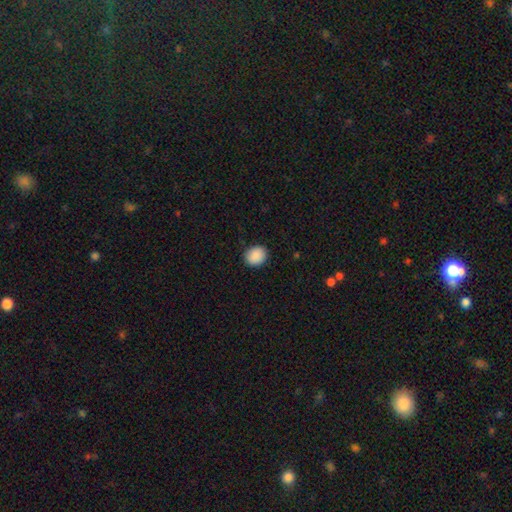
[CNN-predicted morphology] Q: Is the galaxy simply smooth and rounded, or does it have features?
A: smooth — 90%.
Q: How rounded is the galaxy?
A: round — 66%.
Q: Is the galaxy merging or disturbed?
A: none — 90%.